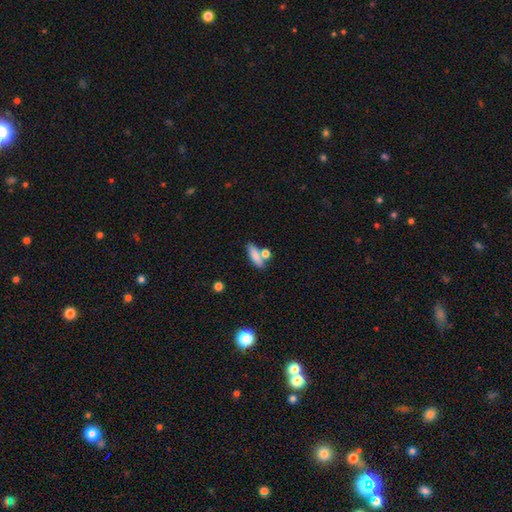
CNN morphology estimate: Smooth or featured? smooth (79%)
How rounded? in between (50%)
Merging? none (58%)